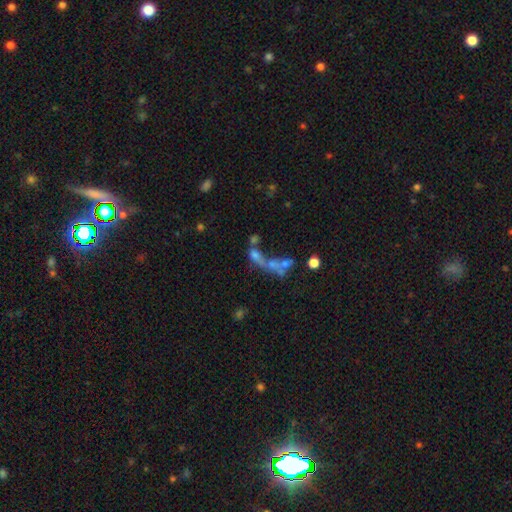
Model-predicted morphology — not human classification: Q: Smooth or featured?
A: smooth (46%); runner-up: featured or disk (35%)
Q: Merging?
A: merger (57%); runner-up: none (18%)